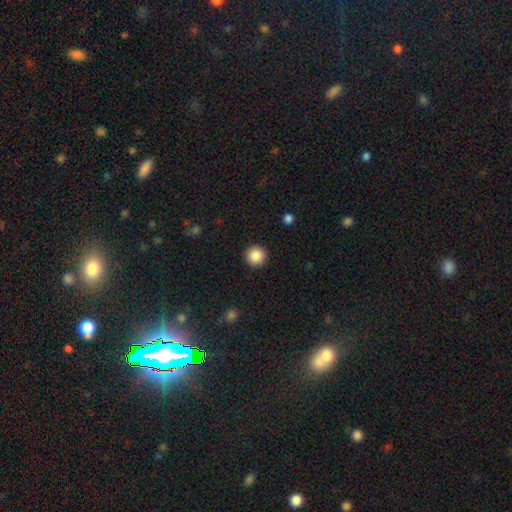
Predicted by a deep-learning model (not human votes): A smooth galaxy with no disk features (87%) that is round (96%).

Vote fractions:
- Smooth or featured? smooth: 87% / star or artifact: 9% / featured or disk: 4%
- How rounded? round: 96% / in between: 3% / cigar-shaped: 1%
- Merging? none: 92% / minor disturbance: 5% / major disturbance: 2% / merger: 1%